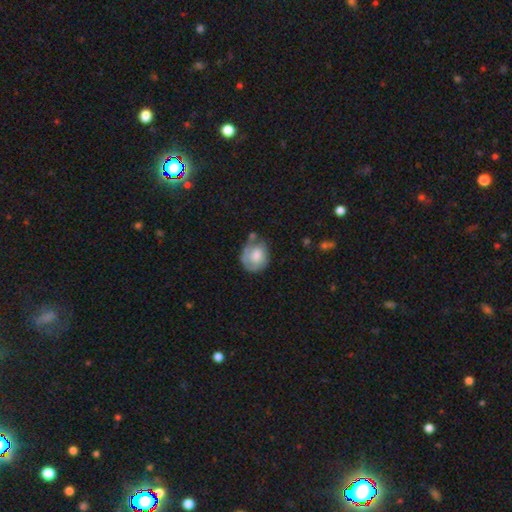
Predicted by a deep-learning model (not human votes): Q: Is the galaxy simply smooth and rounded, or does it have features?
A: smooth — 57%.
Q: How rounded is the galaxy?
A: round — 61%.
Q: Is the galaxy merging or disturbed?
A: none — 46%.